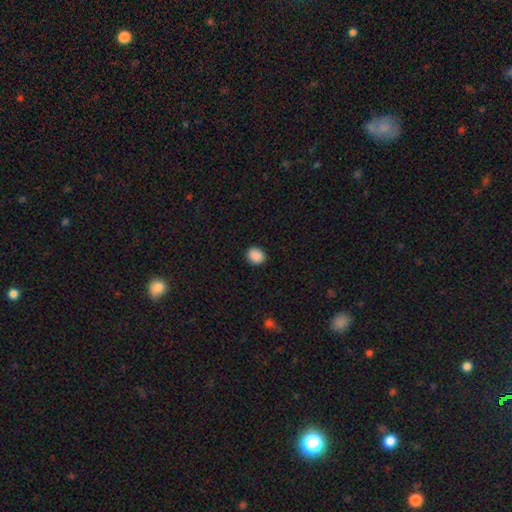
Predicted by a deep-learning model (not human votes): Smooth or featured? Predicted: smooth (p=0.89). How rounded? Predicted: round (p=0.64). Merging? Predicted: none (p=0.90).